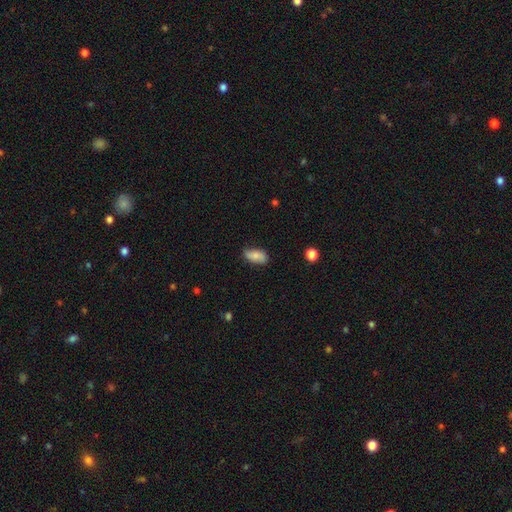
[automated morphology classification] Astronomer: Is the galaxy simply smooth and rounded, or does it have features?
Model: smooth — 78%.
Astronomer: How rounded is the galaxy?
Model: in between — 91%.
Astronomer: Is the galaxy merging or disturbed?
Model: none — 75%.